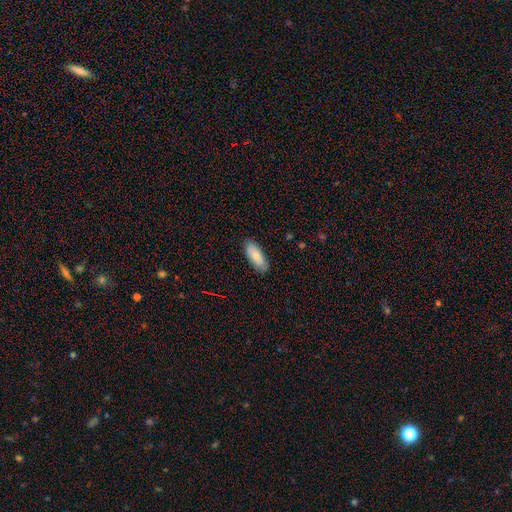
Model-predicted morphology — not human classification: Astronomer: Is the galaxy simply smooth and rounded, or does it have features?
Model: smooth — 81%.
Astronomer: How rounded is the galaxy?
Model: in between — 82%.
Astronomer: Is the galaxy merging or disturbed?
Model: none — 85%.